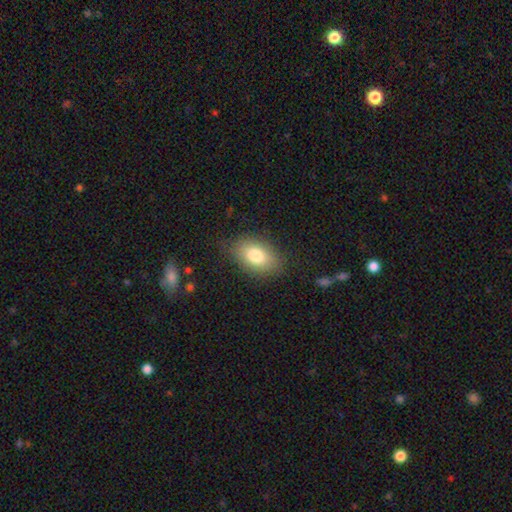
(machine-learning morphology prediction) Q: Smooth or featured?
A: smooth (80%); runner-up: featured or disk (12%)
Q: How rounded?
A: in between (87%); runner-up: round (12%)
Q: Merging?
A: none (80%); runner-up: minor disturbance (14%)